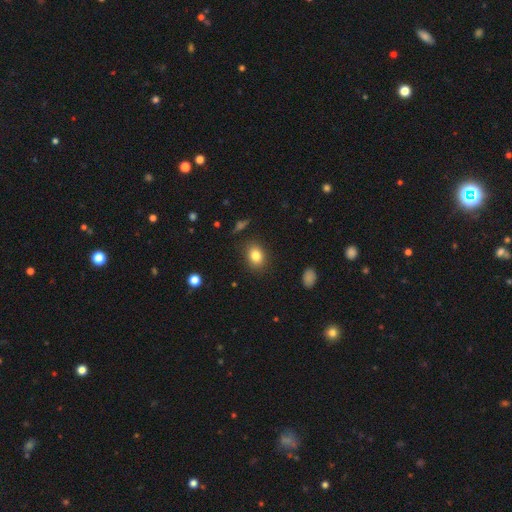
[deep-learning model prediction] This is clearly a smooth galaxy (82%). How rounded: likely in between (66%). Merging: clearly none (85%).